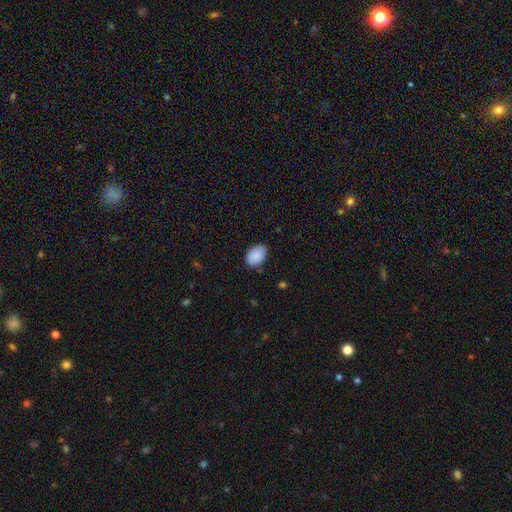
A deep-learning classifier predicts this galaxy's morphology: type=smooth (89%); roundness=in between (85%); merging=none (77%).